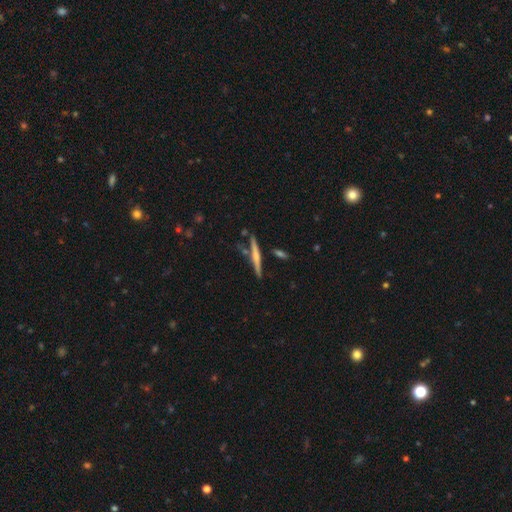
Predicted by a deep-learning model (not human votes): featured or disk 60%, smooth 34%, star or artifact 6%. Down the decision tree: edge-on disk — yes (97%); edge-on bulge — rounded (62%); merging — none (82%).